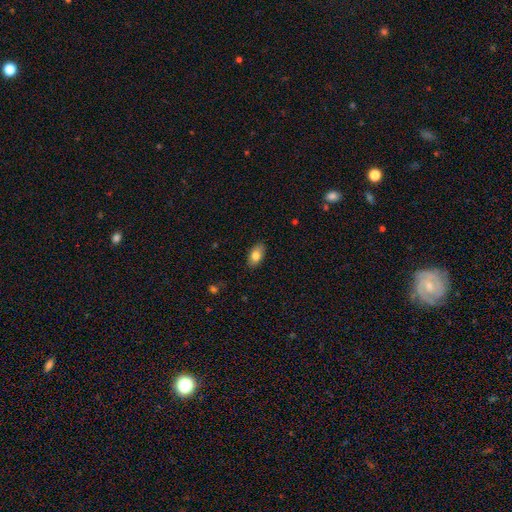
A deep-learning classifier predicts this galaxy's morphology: smooth_or_featured: smooth (p=0.81) [alt: featured or disk p=0.12]
how_rounded: in between (p=0.92) [alt: round p=0.04]
merging: none (p=0.87) [alt: minor disturbance p=0.10]